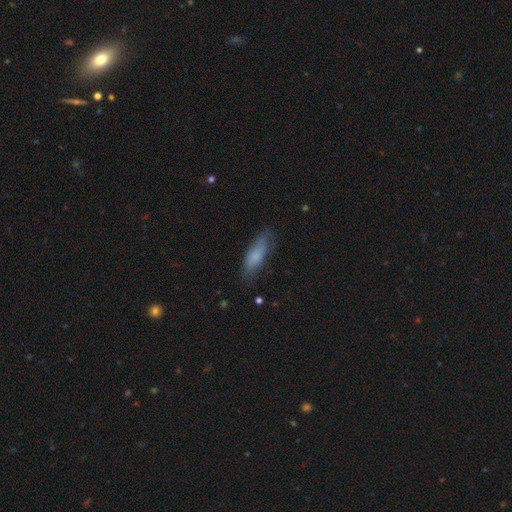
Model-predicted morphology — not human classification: Smooth or featured: smooth — 75% (featured or disk — 18%)
How rounded: in between — 55% (cigar-shaped — 43%)
Merging: none — 72% (minor disturbance — 21%)